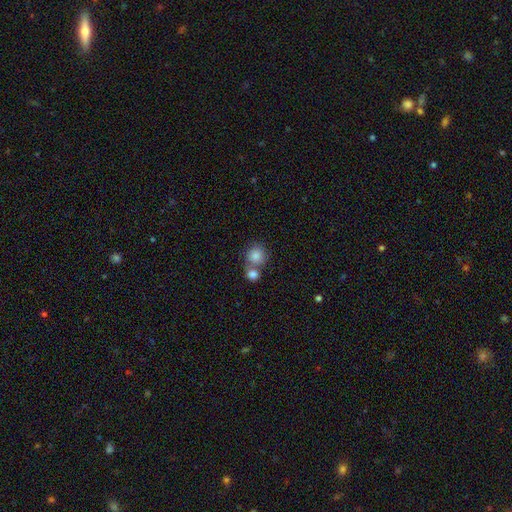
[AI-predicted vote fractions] Smooth or featured: smooth — 84% (star or artifact — 9%)
How rounded: round — 85% (in between — 14%)
Merging: none — 46% (merger — 43%)